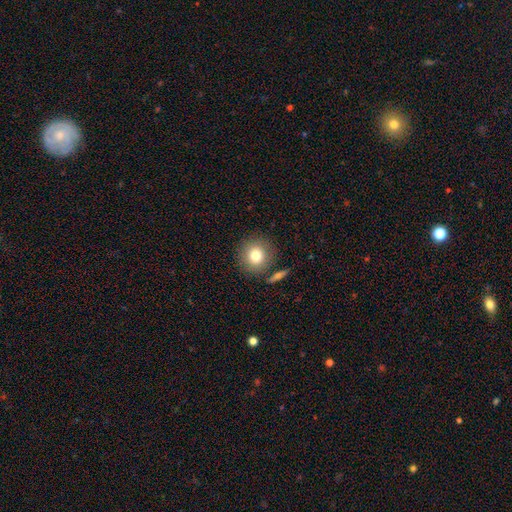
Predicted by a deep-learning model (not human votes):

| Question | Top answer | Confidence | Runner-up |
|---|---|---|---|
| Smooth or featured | smooth | 79% | featured or disk (11%) |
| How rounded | round | 90% | in between (9%) |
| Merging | none | 82% | minor disturbance (9%) |